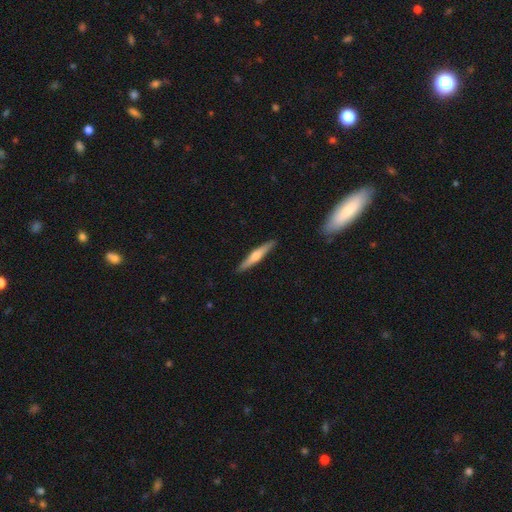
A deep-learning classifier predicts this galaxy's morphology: featured or disk 51%, smooth 44%, star or artifact 5%. Down the decision tree: edge-on disk — yes (96%); merging — none (91%).